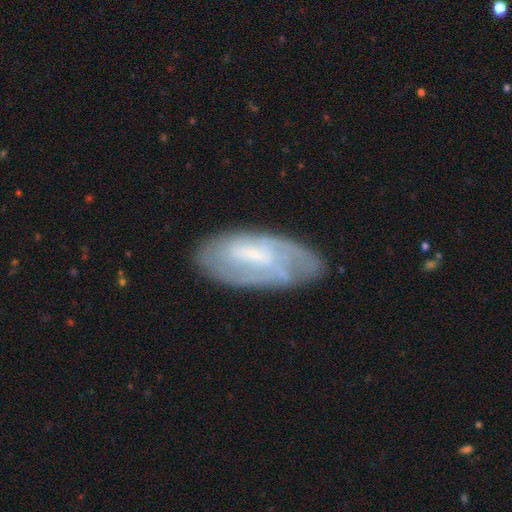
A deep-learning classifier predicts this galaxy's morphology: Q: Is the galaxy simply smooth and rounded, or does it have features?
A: featured or disk — 61%.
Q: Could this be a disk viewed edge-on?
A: no — 91%.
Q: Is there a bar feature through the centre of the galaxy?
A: weak — 44%.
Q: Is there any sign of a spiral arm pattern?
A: yes — 69%.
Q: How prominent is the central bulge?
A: small — 55%.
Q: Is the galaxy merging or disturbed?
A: none — 69%.